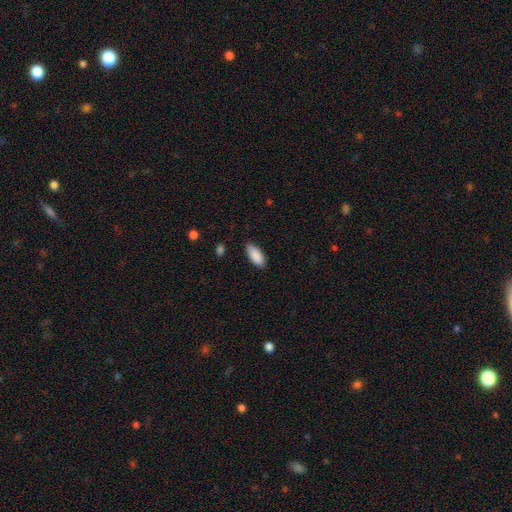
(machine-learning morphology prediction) This is clearly a smooth galaxy (90%). How rounded: clearly in between (86%). Merging: clearly none (84%).